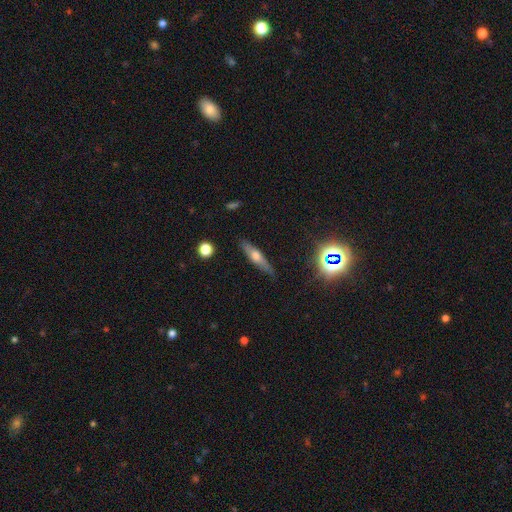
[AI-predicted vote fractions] A featured or disk galaxy (47%).

Vote fractions:
- Smooth or featured? featured or disk: 47% / smooth: 43% / star or artifact: 9%
- Merging? none: 83% / minor disturbance: 12% / major disturbance: 2% / merger: 2%